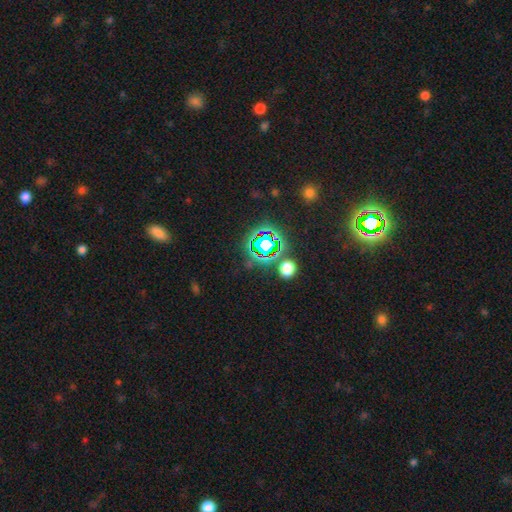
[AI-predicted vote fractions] This appears to be a star or artifact, not a galaxy (78%).